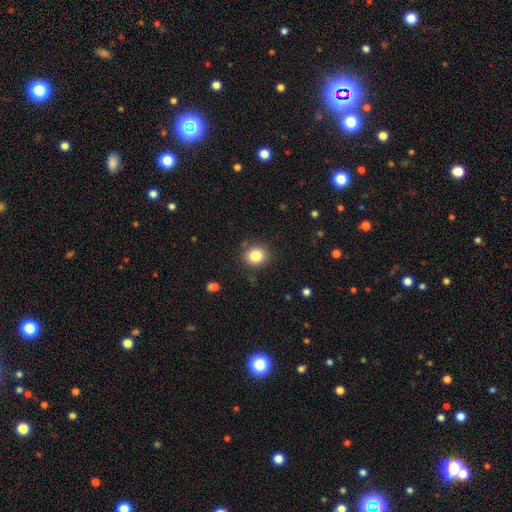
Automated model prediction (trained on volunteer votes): This is clearly a smooth galaxy (83%). How rounded: likely round (77%). Merging: clearly none (86%).